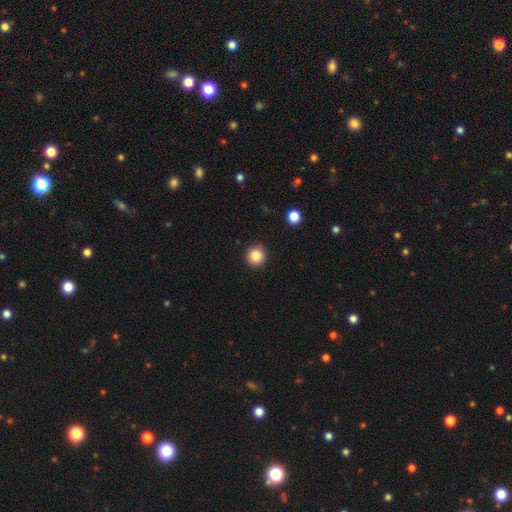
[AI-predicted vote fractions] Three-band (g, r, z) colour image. It shows a smooth galaxy with no disk features (85%) that is round (95%). Merging: none (92%).